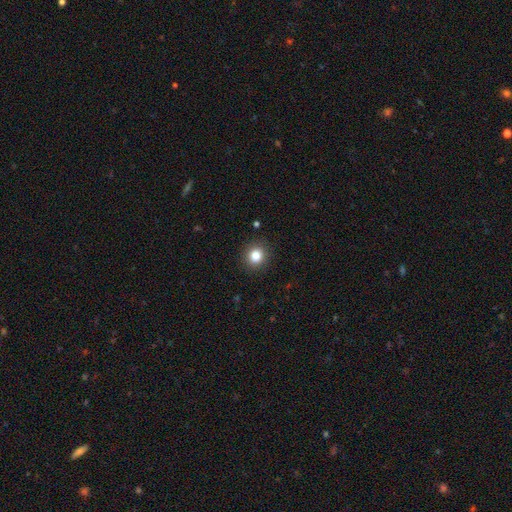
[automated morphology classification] The model was most divided on "smooth or featured": smooth: 83%, star or artifact: 11%, featured or disk: 6%. More confident: merging — none (91%); how rounded — round (86%).